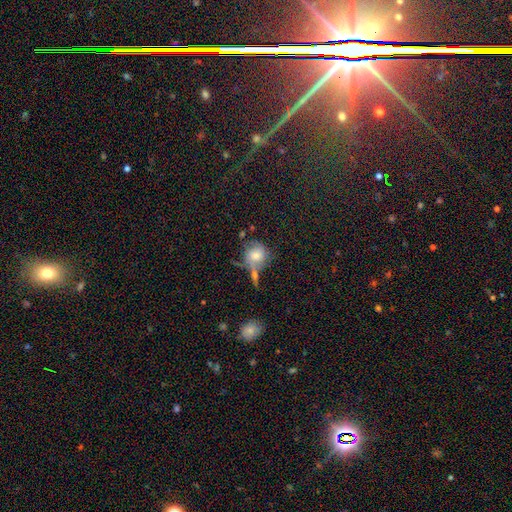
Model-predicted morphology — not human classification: A smooth galaxy with no disk features (63%) that is round (77%).

Vote fractions:
- Smooth or featured? smooth: 63% / featured or disk: 26% / star or artifact: 11%
- How rounded? round: 77% / in between: 21% / cigar-shaped: 2%
- Merging? none: 41% / merger: 25% / minor disturbance: 20% / major disturbance: 14%